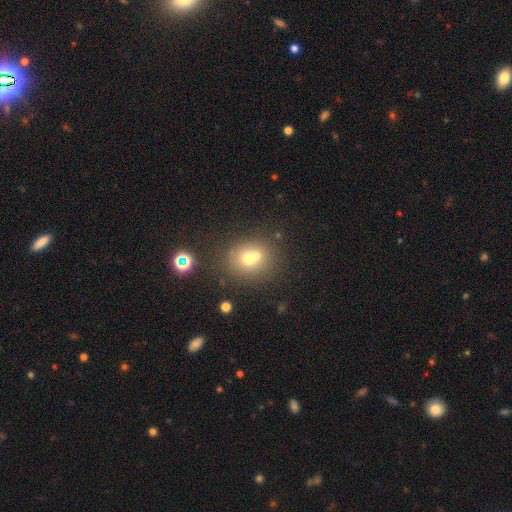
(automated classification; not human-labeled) smooth 64%, featured or disk 21%, star or artifact 15%. Down the decision tree: how rounded — round (77%); merging — merger (45%).